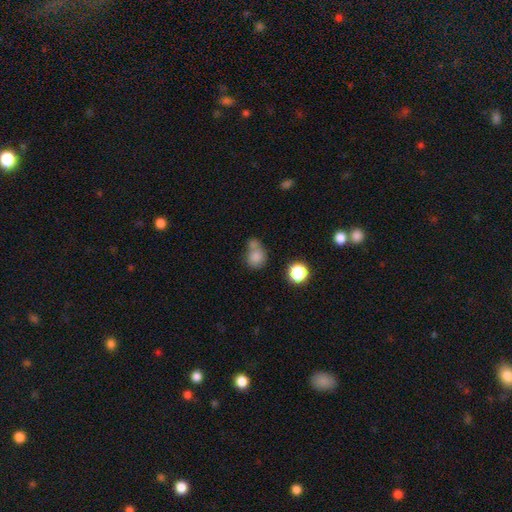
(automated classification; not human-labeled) Smooth or featured? Predicted: smooth (p=0.80). How rounded? Predicted: round (p=0.71). Merging? Predicted: merger (p=0.42).